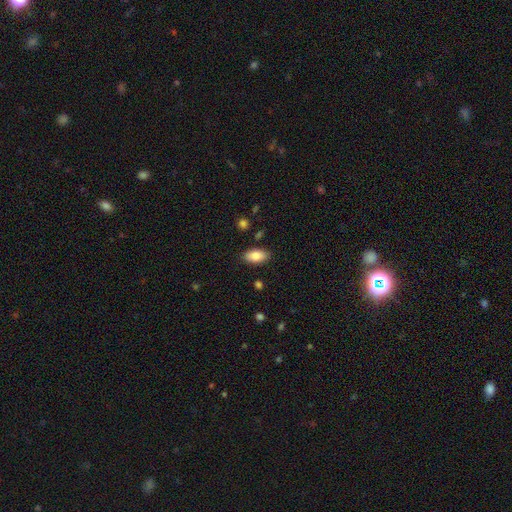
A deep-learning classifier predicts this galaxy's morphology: Smooth or featured?
  - smooth: 84% *
  - featured or disk: 9%
  - star or artifact: 7%
How rounded?
  - in between: 93% *
  - cigar-shaped: 4%
  - round: 3%
Merging?
  - none: 86% *
  - minor disturbance: 10%
  - major disturbance: 2%
  - merger: 2%